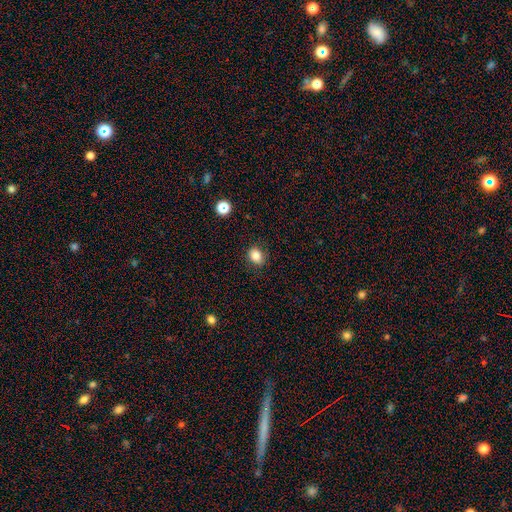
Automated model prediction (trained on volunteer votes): Overall: smooth (83%). How rounded: round (50%; in between 49%). Merging: none (86%).